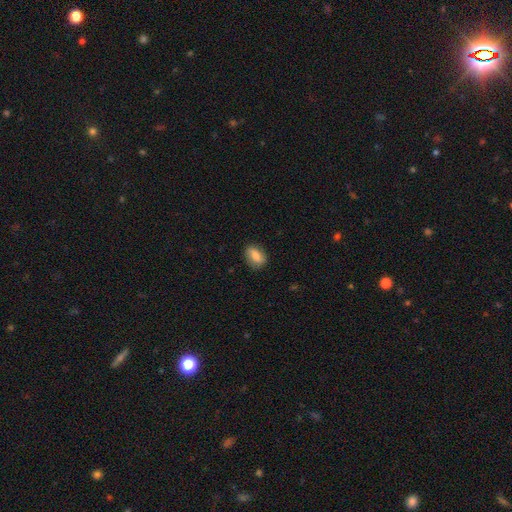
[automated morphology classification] Smooth or featured? smooth (82%)
How rounded? in between (82%)
Merging? none (78%)